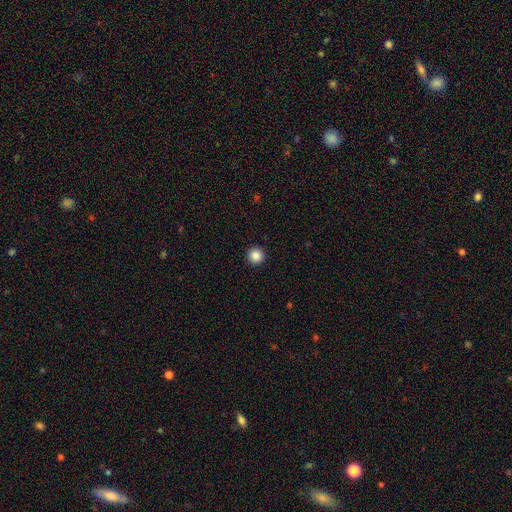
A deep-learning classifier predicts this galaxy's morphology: The model was most divided on "smooth or featured": smooth: 87%, star or artifact: 10%, featured or disk: 3%. More confident: how rounded — round (97%); merging — none (94%).